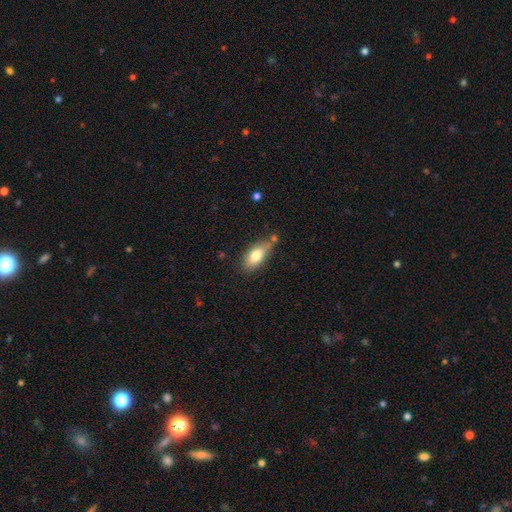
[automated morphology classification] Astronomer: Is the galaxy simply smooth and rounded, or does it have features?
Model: smooth — 77%.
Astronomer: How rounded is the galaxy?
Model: in between — 87%.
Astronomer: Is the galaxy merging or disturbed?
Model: none — 61%.